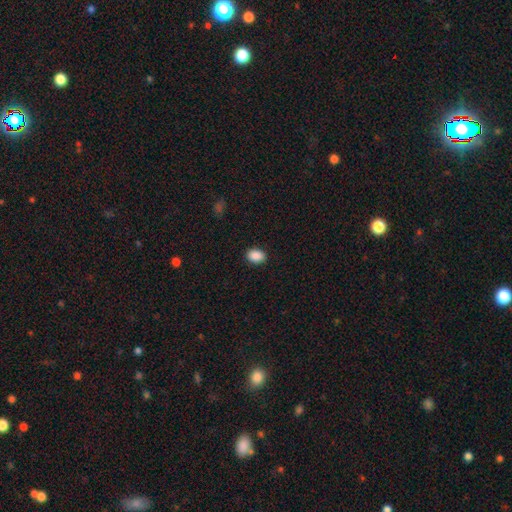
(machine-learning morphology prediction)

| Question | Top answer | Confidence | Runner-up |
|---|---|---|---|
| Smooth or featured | smooth | 89% | star or artifact (8%) |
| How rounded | in between | 74% | round (25%) |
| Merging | none | 90% | minor disturbance (7%) |